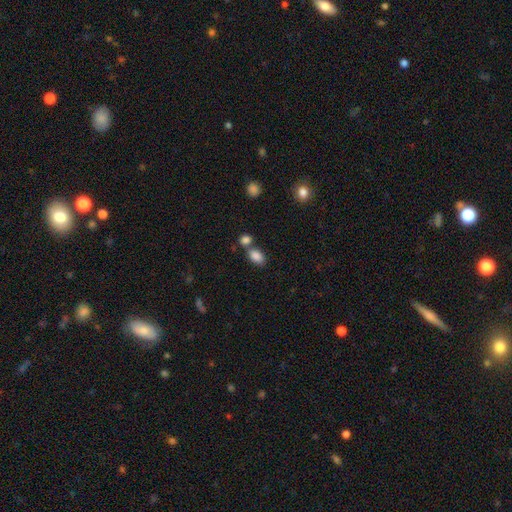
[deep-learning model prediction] Smooth or featured?
  - smooth: 85% *
  - star or artifact: 9%
  - featured or disk: 6%
How rounded?
  - in between: 87% *
  - round: 12%
  - cigar-shaped: 2%
Merging?
  - none: 50% *
  - merger: 36%
  - minor disturbance: 10%
  - major disturbance: 4%